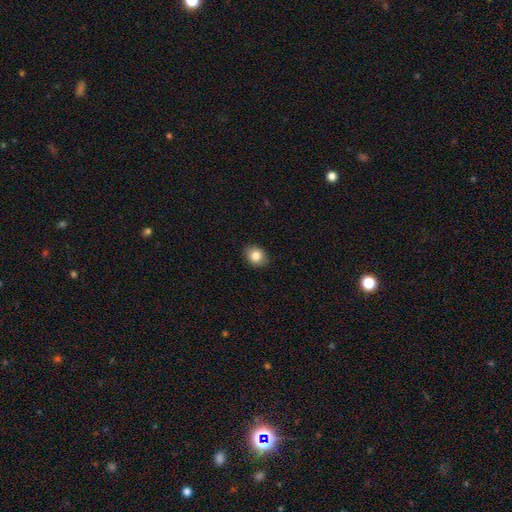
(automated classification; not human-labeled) Q: Smooth or featured?
A: smooth (84%); runner-up: star or artifact (9%)
Q: How rounded?
A: round (53%); runner-up: in between (46%)
Q: Merging?
A: none (88%); runner-up: minor disturbance (9%)